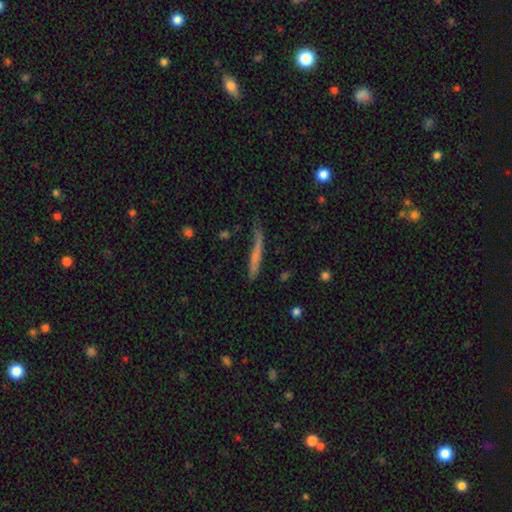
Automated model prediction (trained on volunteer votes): Smooth or featured? smooth (61%)
How rounded? cigar-shaped (94%)
Merging? none (57%)